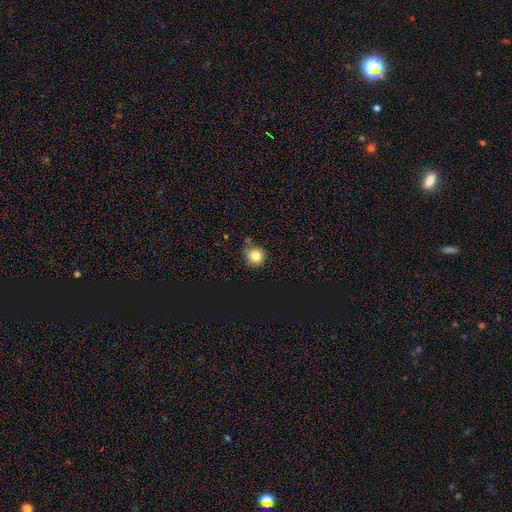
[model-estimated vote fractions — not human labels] A smooth galaxy with no disk features (80%) that is round (92%).

Vote fractions:
- Smooth or featured? smooth: 80% / star or artifact: 14% / featured or disk: 6%
- How rounded? round: 92% / in between: 7% / cigar-shaped: 1%
- Merging? none: 77% / minor disturbance: 13% / merger: 6% / major disturbance: 3%